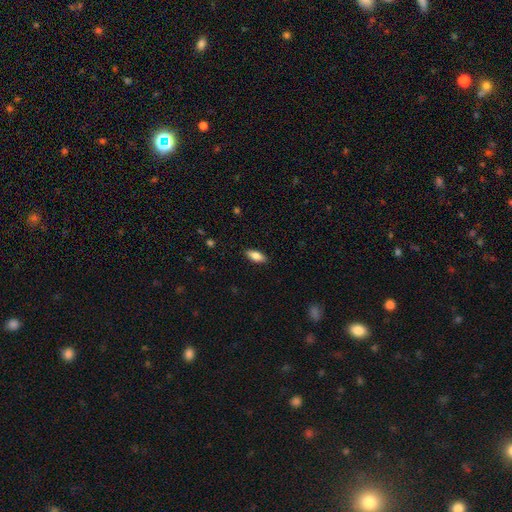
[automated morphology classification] smooth_or_featured: smooth (p=0.78) [alt: featured or disk p=0.15]
how_rounded: in between (p=0.79) [alt: cigar-shaped p=0.19]
merging: none (p=0.88) [alt: minor disturbance p=0.09]